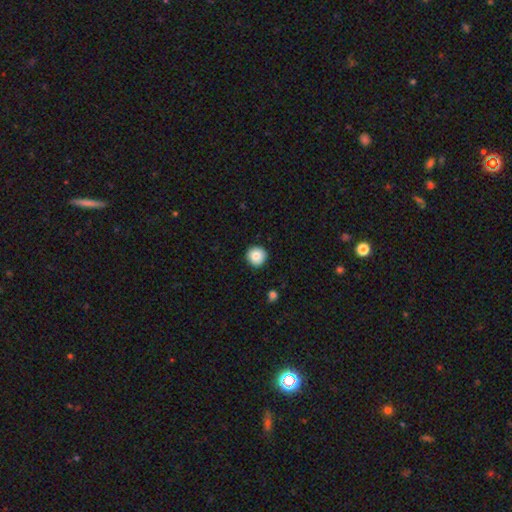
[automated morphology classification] Smooth or featured: smooth — 84% (star or artifact — 8%)
How rounded: round — 95% (in between — 4%)
Merging: none — 92% (minor disturbance — 6%)